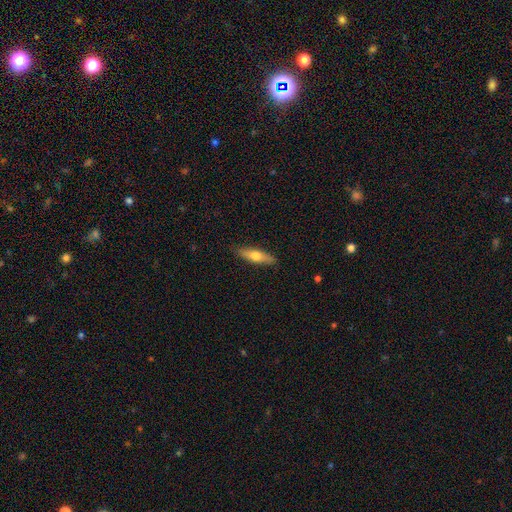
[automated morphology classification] Smooth or featured: smooth — 56% (featured or disk — 38%)
How rounded: cigar-shaped — 64% (in between — 33%)
Merging: none — 88% (minor disturbance — 9%)